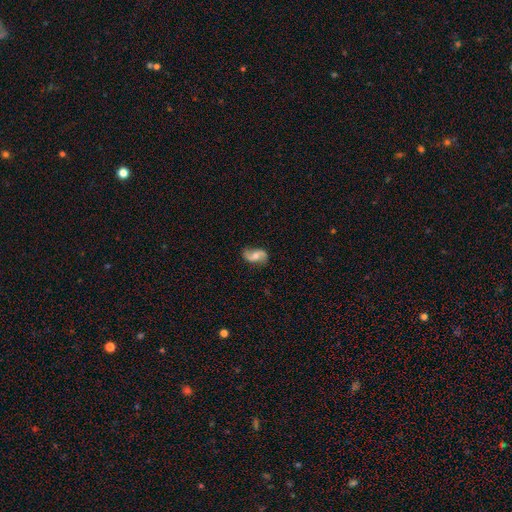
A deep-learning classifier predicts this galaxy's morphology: type=featured or disk (74%); edge-on=no (97%); bar=no (52%); spiral arms=yes (93%); winding=loose (70%); arm count=2 (92%); bulge=moderate (56%); merging=none (77%).